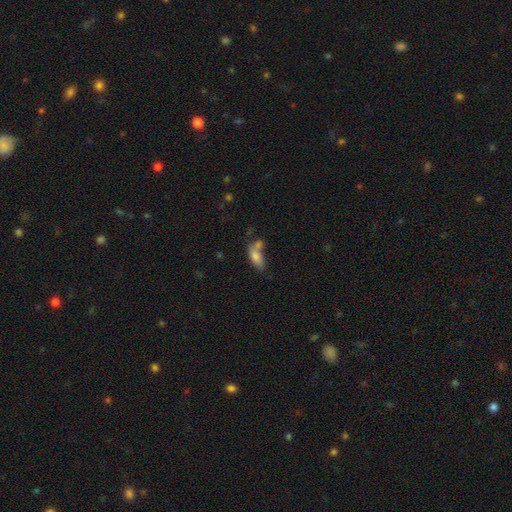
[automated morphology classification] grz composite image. It shows a smooth galaxy with no disk features (77%) that is in between round and cigar-shaped (79%). Merging: none (38%, tied with merger).